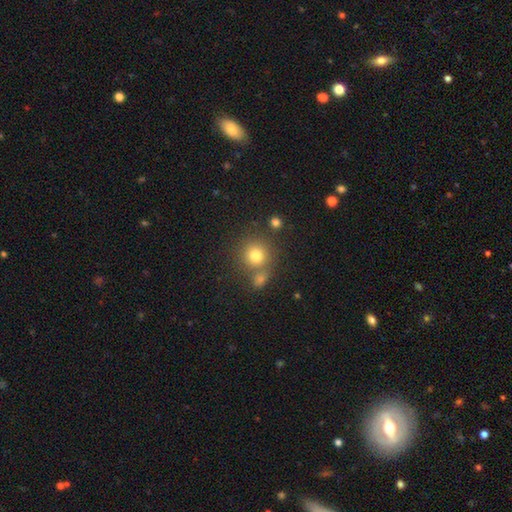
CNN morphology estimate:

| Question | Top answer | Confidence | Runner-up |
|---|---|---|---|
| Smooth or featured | smooth | 77% | star or artifact (14%) |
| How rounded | round | 90% | in between (9%) |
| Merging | none | 66% | merger (21%) |